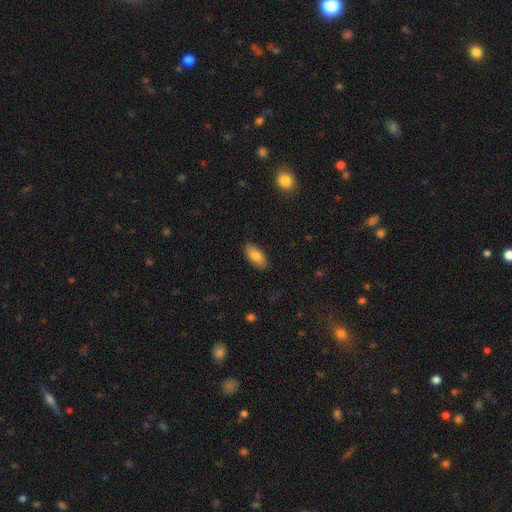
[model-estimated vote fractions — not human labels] The model was most divided on "smooth or featured": smooth: 82%, featured or disk: 11%, star or artifact: 7%. More confident: how rounded — in between (88%); merging — none (86%).